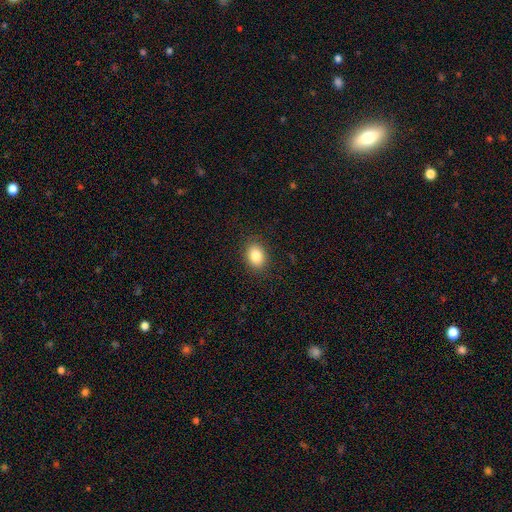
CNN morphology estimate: Smooth or featured? smooth (85%)
How rounded? in between (66%)
Merging? none (88%)